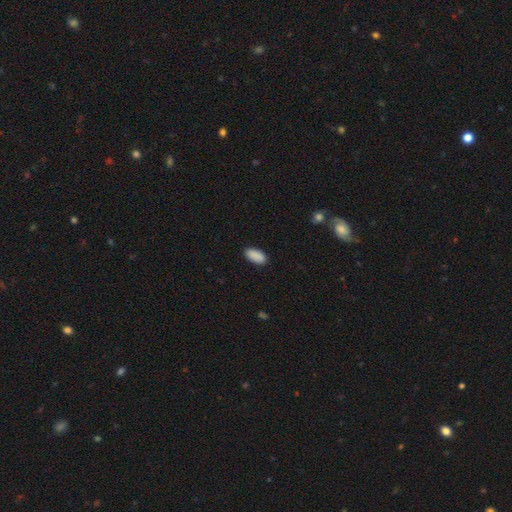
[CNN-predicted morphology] type=smooth (91%); roundness=in between (93%); merging=none (89%).